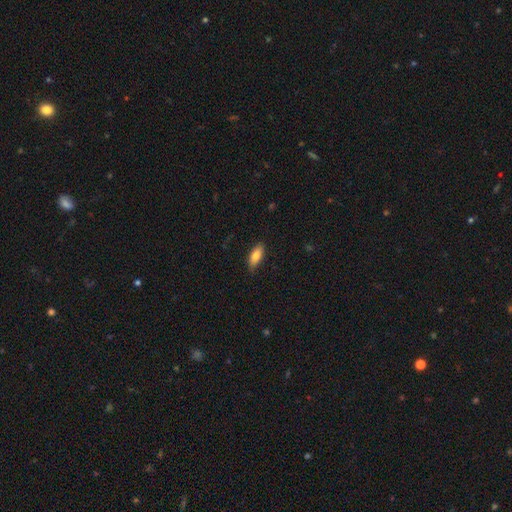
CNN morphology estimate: Q: Smooth or featured?
A: smooth (81%); runner-up: featured or disk (12%)
Q: How rounded?
A: in between (79%); runner-up: cigar-shaped (19%)
Q: Merging?
A: none (82%); runner-up: minor disturbance (14%)